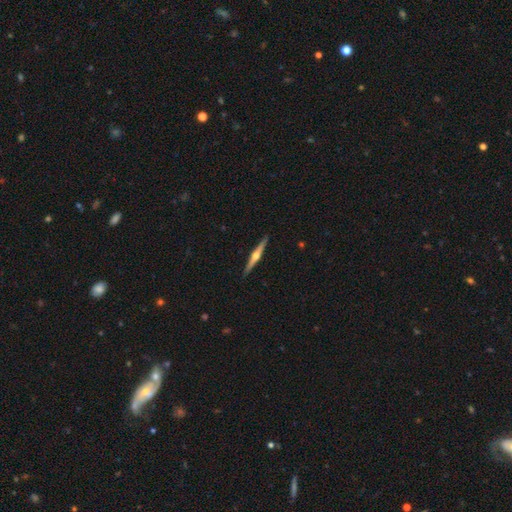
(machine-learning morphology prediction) A featured or disk galaxy (80%) viewed edge-on (99%) with a rounded central bulge (95%). Merging: none (92%).